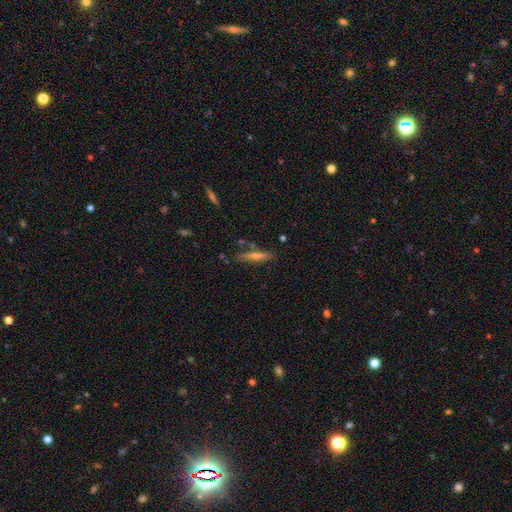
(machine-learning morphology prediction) Smooth or featured? featured or disk (54%)
Edge-on disk? yes (93%)
Merging? none (81%)